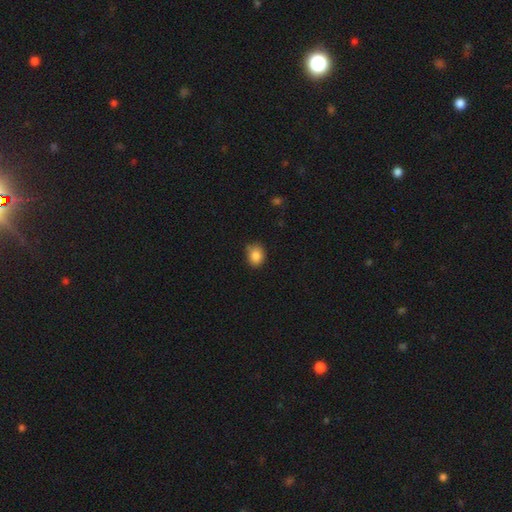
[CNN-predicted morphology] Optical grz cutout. It shows a smooth galaxy with no disk features (84%) that is round (59%). Merging: none (73%).